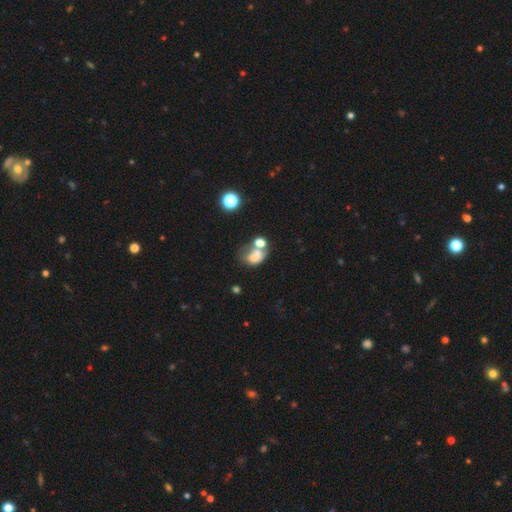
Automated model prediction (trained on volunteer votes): Smooth or featured: smooth — 59% (featured or disk — 27%)
How rounded: in between — 68% (round — 31%)
Merging: merger — 52% (none — 19%)